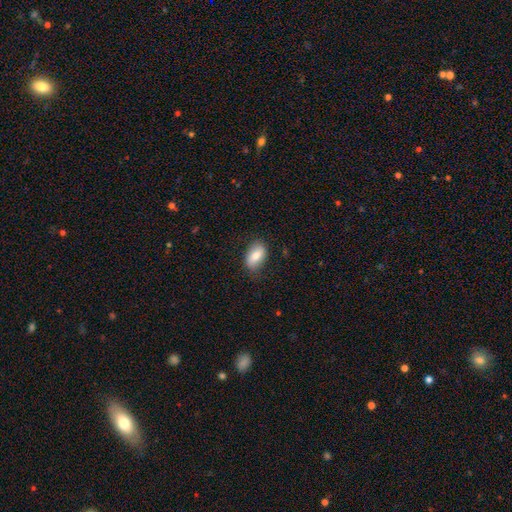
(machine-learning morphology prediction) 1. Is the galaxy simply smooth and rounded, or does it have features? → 76% smooth, 17% featured or disk, 7% star or artifact.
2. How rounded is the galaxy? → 91% in between, 6% round, 3% cigar-shaped.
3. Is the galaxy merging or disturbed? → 76% none, 19% minor disturbance, 4% major disturbance, 1% merger.